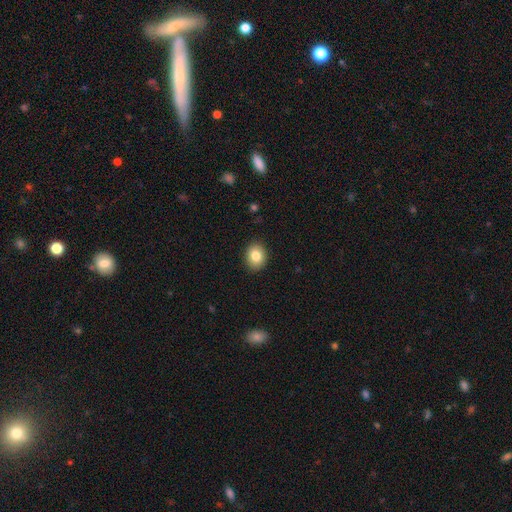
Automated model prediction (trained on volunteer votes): Smooth or featured? Predicted: smooth (p=0.83). How rounded? Predicted: in between (p=0.51). Merging? Predicted: none (p=0.89).